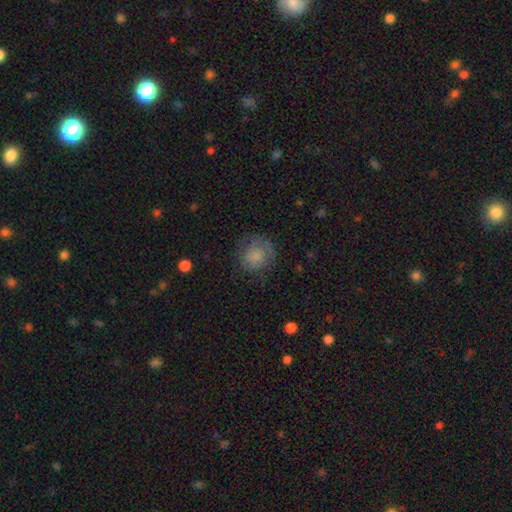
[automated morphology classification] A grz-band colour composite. It shows a smooth galaxy with no disk features (65%) that is round (82%). Merging: none (66%).